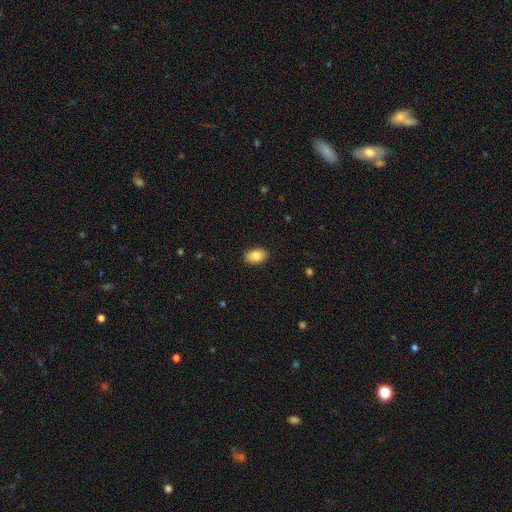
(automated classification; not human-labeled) Smooth or featured? Predicted: smooth (p=0.85). How rounded? Predicted: in between (p=0.88). Merging? Predicted: none (p=0.89).